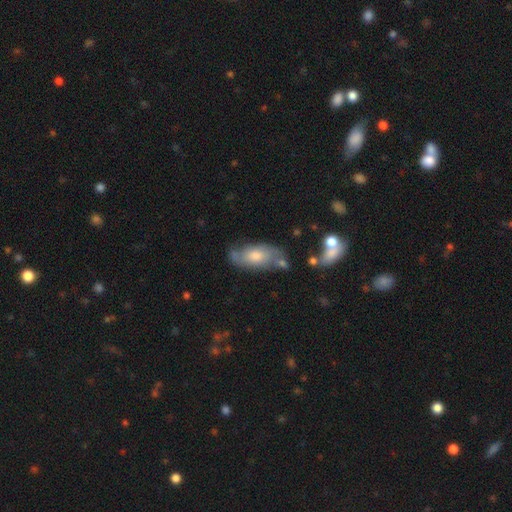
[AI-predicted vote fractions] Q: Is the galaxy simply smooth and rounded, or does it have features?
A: featured or disk — 48%.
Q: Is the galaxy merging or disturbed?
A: none — 58%.